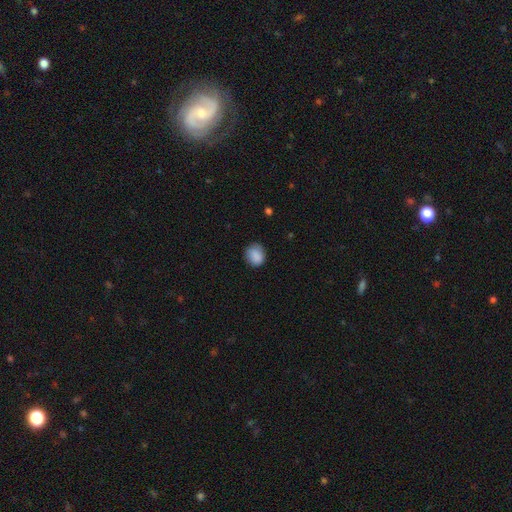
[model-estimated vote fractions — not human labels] smooth-or-featured: smooth: 87% | star or artifact: 8% | featured or disk: 5%
  how-rounded: round: 69% | in between: 30% | cigar-shaped: 1%
  merging: none: 77% | minor disturbance: 18% | major disturbance: 4% | merger: 1%